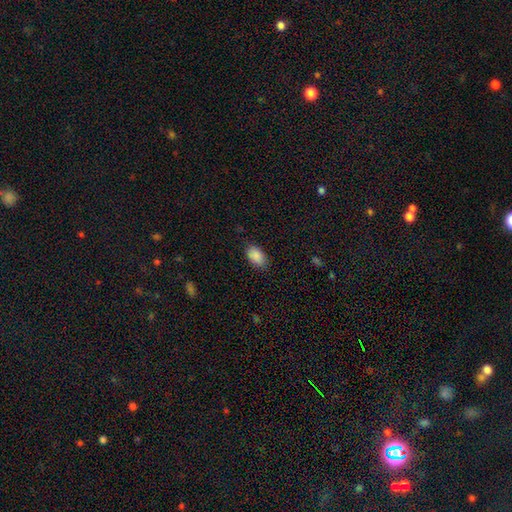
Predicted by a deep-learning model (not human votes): Overall: smooth (89%). How rounded: in between (93%). Merging: none (84%).